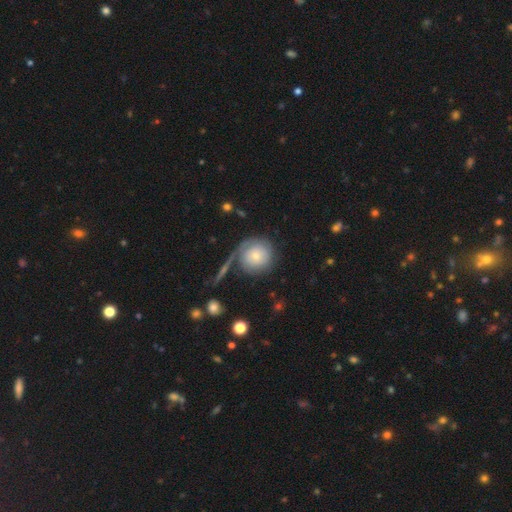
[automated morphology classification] A smooth galaxy with no disk features (53%) that is round (91%).

Vote fractions:
- Smooth or featured? smooth: 53% / featured or disk: 38% / star or artifact: 8%
- How rounded? round: 91% / in between: 8% / cigar-shaped: 1%
- Merging? none: 64% / minor disturbance: 16% / merger: 10% / major disturbance: 10%